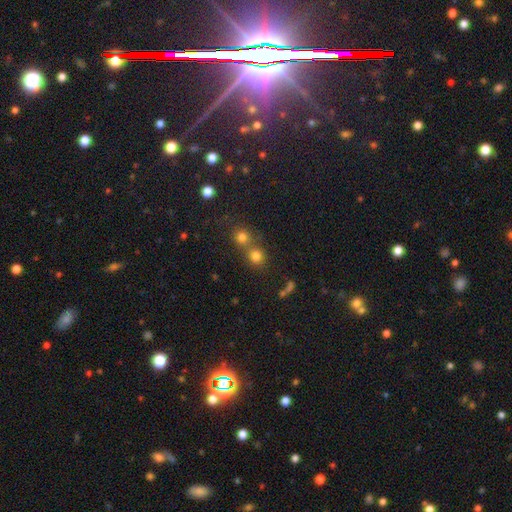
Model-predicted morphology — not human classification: Overall: smooth (76%). How rounded: round (87%). Merging: none (50%; merger 41%).